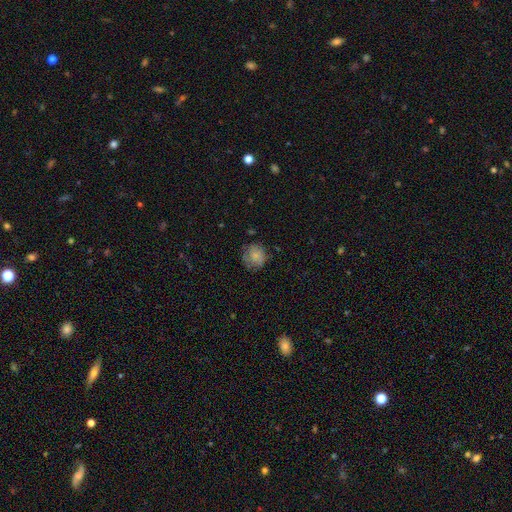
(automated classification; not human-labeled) Morphology: type=smooth (72%); roundness=round (77%); merging=none (65%).